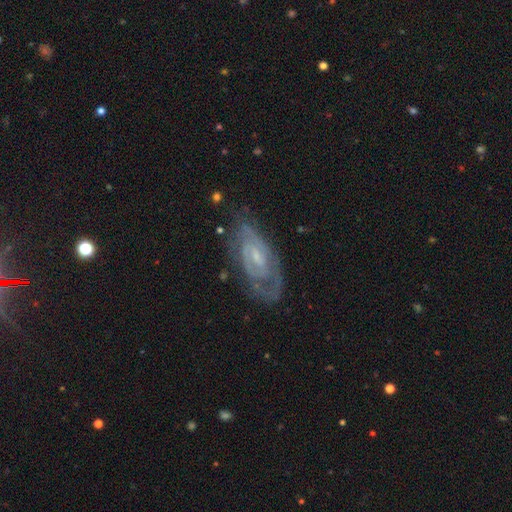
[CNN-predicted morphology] Smooth or featured: featured or disk — 82% (smooth — 12%)
Edge-on disk: no — 93% (yes — 7%)
Bar: weak — 52% (no — 34%)
Spiral arms: yes — 89% (no — 11%)
Spiral winding: tight — 55% (medium — 35%)
Spiral arm count: 2 — 51% (can't tell — 31%)
Bulge size: small — 58% (moderate — 28%)
Merging: none — 67% (minor disturbance — 21%)